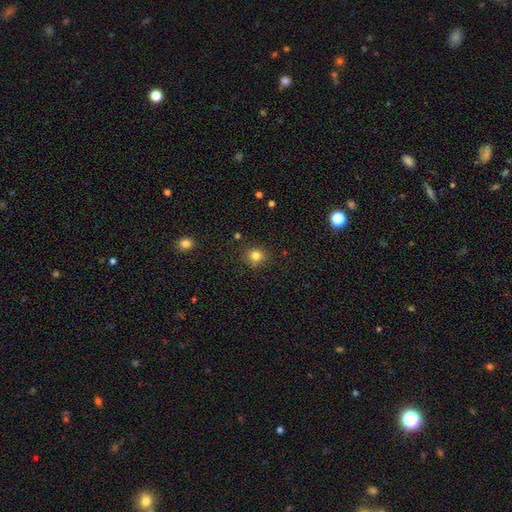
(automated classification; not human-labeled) smooth_or_featured: smooth (p=0.81) [alt: star or artifact p=0.13]
how_rounded: round (p=0.86) [alt: in between p=0.13]
merging: none (p=0.85) [alt: minor disturbance p=0.10]